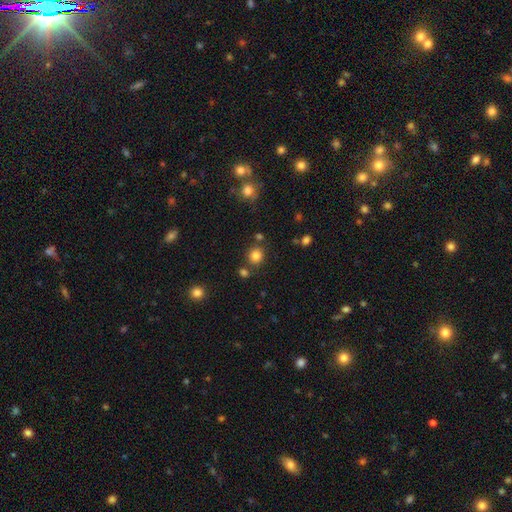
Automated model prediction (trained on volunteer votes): Morphology: type=smooth (82%); roundness=round (87%); merging=none (79%).